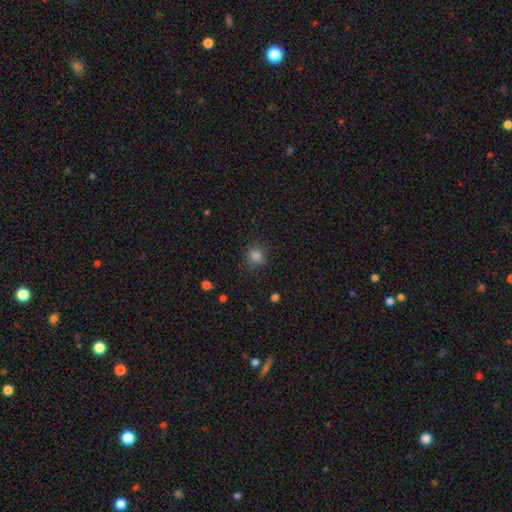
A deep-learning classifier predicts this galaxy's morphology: This appears to be a smooth galaxy with no disk features (82%) that is round (88%). Merging: none (82%).